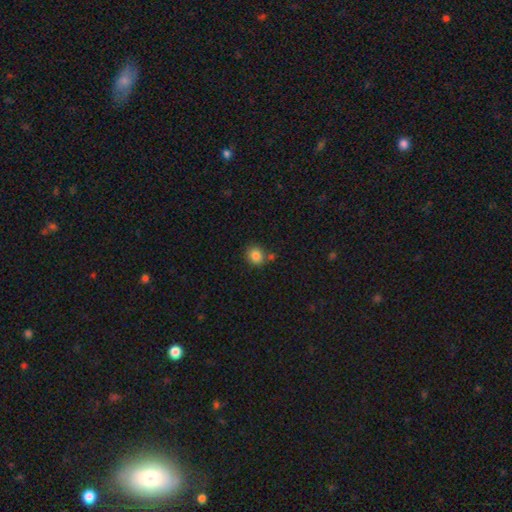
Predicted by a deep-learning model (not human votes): Smooth or featured?
  - smooth: 85% *
  - star or artifact: 10%
  - featured or disk: 5%
How rounded?
  - round: 77% *
  - in between: 22%
  - cigar-shaped: 1%
Merging?
  - none: 73% *
  - merger: 12%
  - minor disturbance: 12%
  - major disturbance: 3%